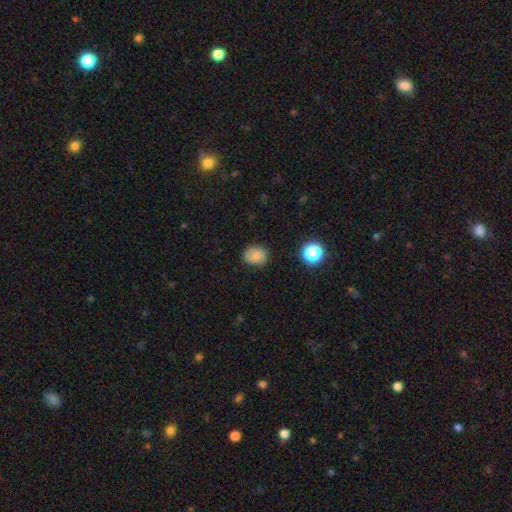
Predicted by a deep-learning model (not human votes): A smooth galaxy with no disk features (73%) that is round (61%).

Vote fractions:
- Smooth or featured? smooth: 73% / featured or disk: 15% / star or artifact: 13%
- How rounded? round: 61% / in between: 39% / cigar-shaped: 1%
- Merging? none: 74% / minor disturbance: 20% / major disturbance: 5% / merger: 1%